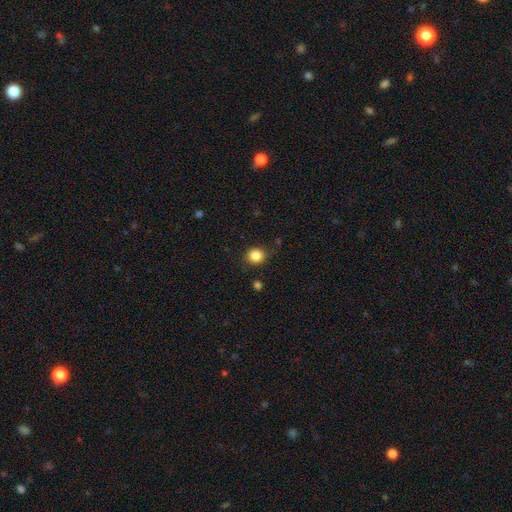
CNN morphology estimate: Overall: smooth (85%). How rounded: round (81%). Merging: none (84%).